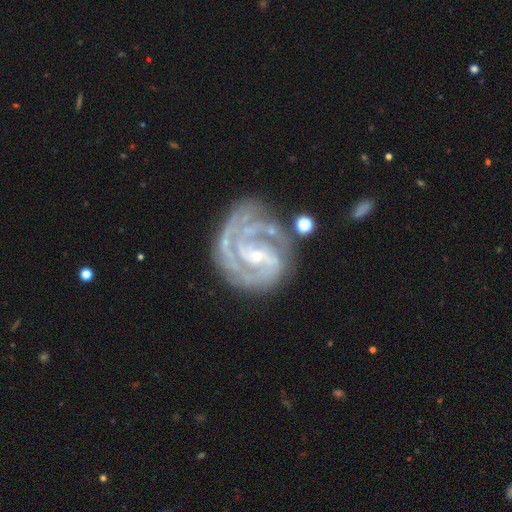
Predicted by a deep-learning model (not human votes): This appears to be a featured or disk galaxy (90%) with no bar (43%), 2 (37%) tight (62%) spiral arms (97%) and a small central bulge (77%). Merging: none (59%).